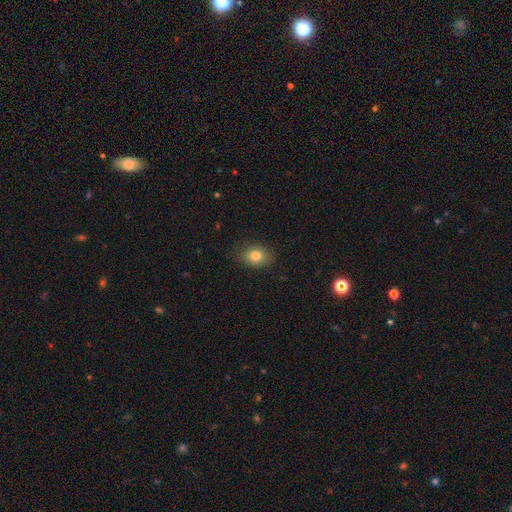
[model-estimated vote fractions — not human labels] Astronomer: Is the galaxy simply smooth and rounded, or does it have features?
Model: smooth — 81%.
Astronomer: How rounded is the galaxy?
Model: in between — 57% (runner-up: round, 42%).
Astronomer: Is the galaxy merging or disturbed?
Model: none — 84%.